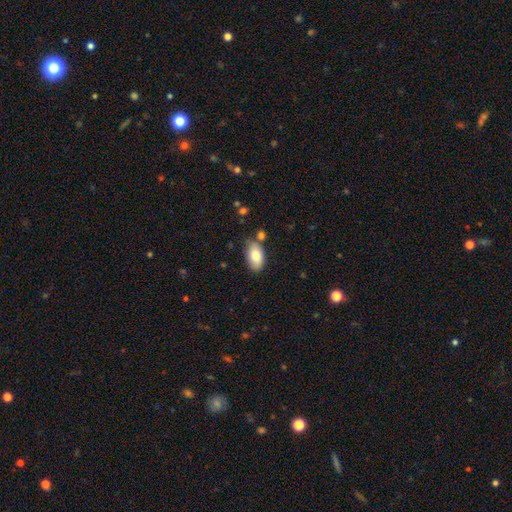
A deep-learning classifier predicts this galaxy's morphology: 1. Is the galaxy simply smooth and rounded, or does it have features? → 81% smooth, 12% featured or disk, 7% star or artifact.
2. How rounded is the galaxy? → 94% in between, 4% round, 2% cigar-shaped.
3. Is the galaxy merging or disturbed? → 74% none, 15% minor disturbance, 7% merger, 3% major disturbance.